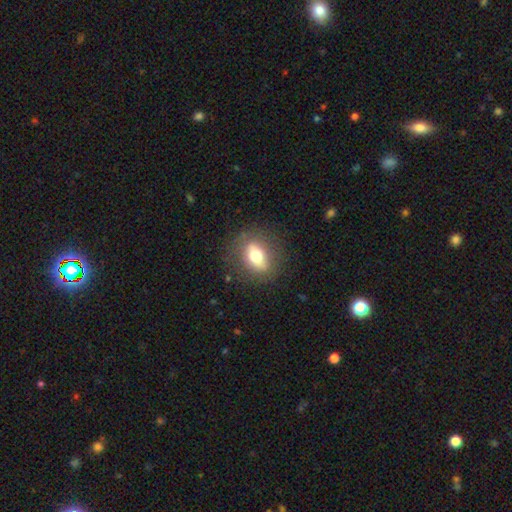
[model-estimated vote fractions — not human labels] Morphology: type=smooth (59%); roundness=in between (59%); merging=none (81%).